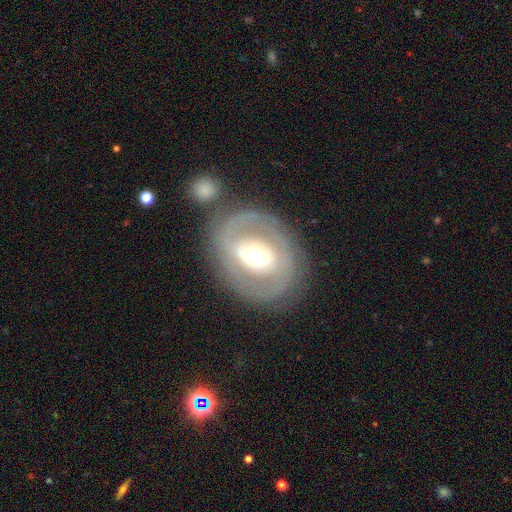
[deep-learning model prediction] featured or disk 69%, smooth 25%, star or artifact 6%. Down the decision tree: edge-on disk — no (95%); bar — no (52%); spiral arms — yes (51%); bulge size — moderate (66%); merging — none (73%).